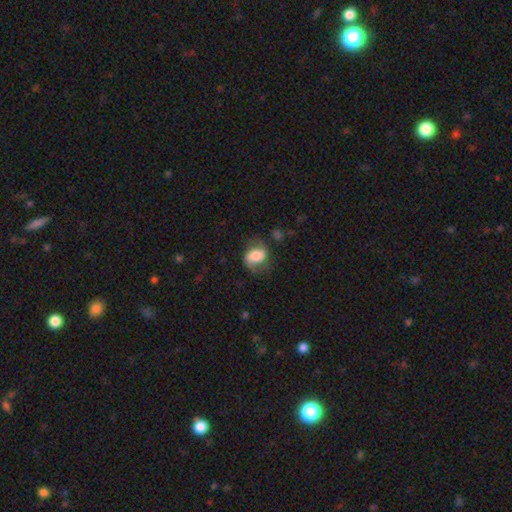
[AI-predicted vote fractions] The model was most divided on "smooth or featured": featured or disk: 47%, smooth: 44%, star or artifact: 8%. More confident: merging — none (60%).